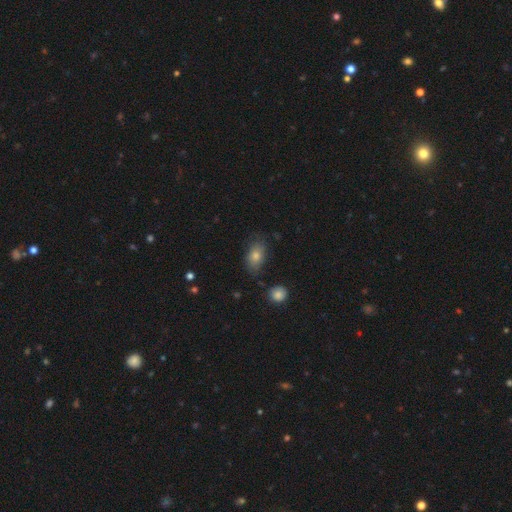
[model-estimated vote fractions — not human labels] Smooth or featured? smooth (79%)
How rounded? in between (87%)
Merging? none (72%)